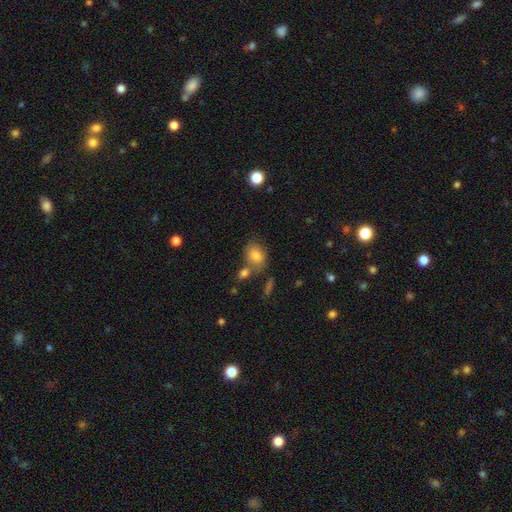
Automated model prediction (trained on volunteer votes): The model was most divided on "how rounded": in between: 63%, round: 35%, cigar-shaped: 1%. More confident: smooth or featured — smooth (80%); merging — none (56%).